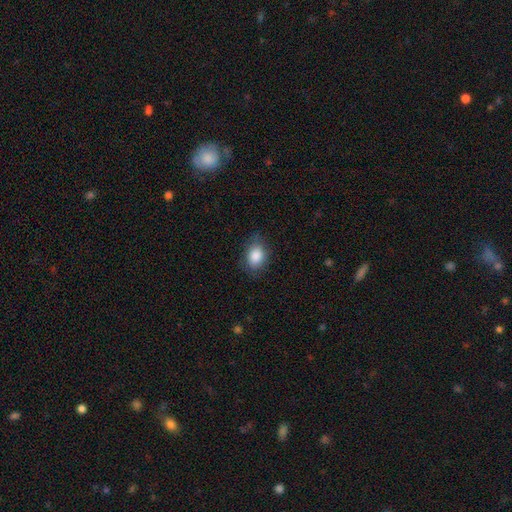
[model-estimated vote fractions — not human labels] The model was most divided on "how rounded": in between: 76%, round: 23%, cigar-shaped: 1%. More confident: smooth or featured — smooth (87%); merging — none (78%).